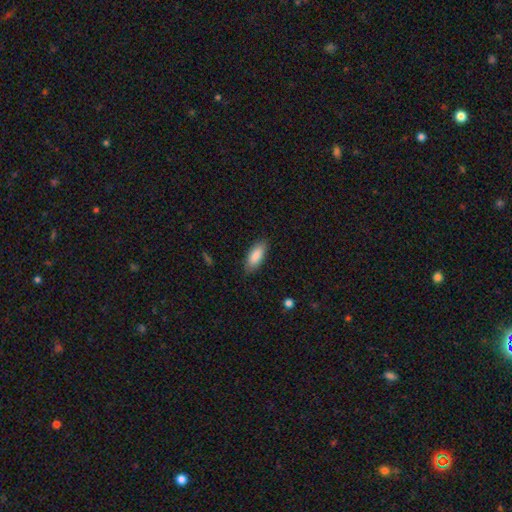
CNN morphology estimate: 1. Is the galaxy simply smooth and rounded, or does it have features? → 88% smooth, 7% featured or disk, 6% star or artifact.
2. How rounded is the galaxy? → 80% in between, 18% cigar-shaped, 2% round.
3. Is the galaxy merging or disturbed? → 85% none, 12% minor disturbance, 2% major disturbance, 1% merger.